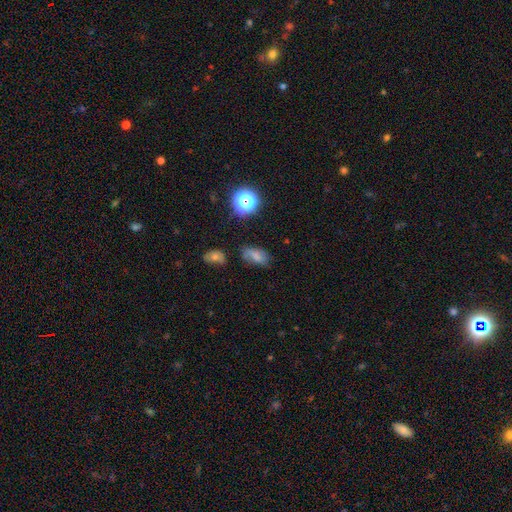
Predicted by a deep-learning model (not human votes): smooth_or_featured: smooth (p=0.65) [alt: star or artifact p=0.18]
how_rounded: in between (p=0.87) [alt: round p=0.10]
merging: none (p=0.57) [alt: minor disturbance p=0.26]